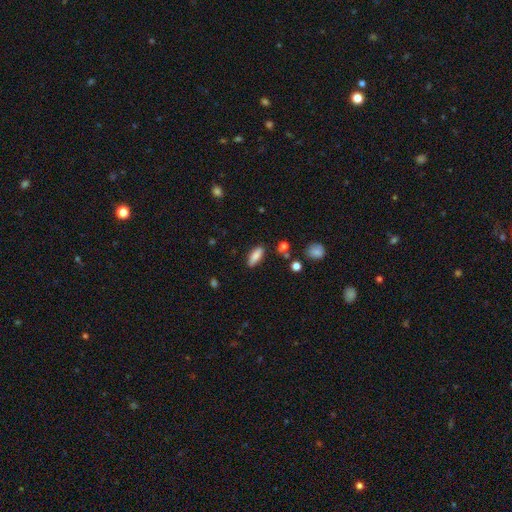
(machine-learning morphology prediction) smooth 82%, featured or disk 10%, star or artifact 8%. Down the decision tree: how rounded — in between (70%); merging — none (84%).